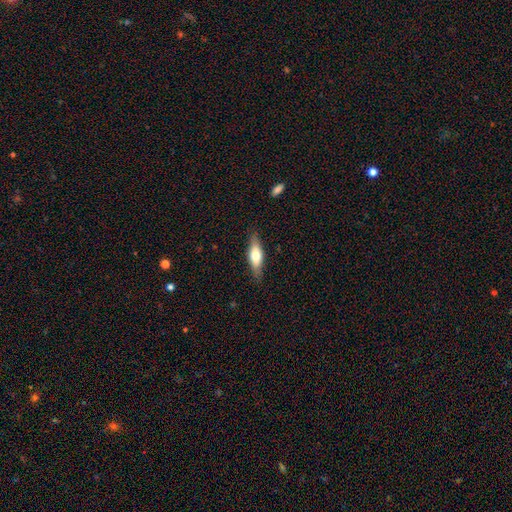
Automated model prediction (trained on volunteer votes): Smooth or featured? smooth (58%)
How rounded? in between (54%)
Merging? none (84%)